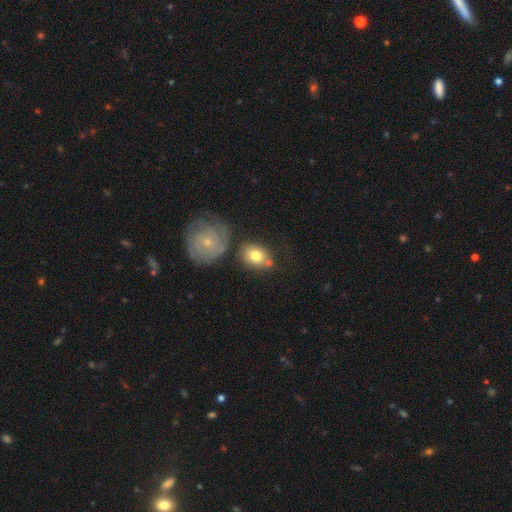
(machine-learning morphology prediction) smooth_or_featured: smooth (p=0.71) [alt: featured or disk p=0.21]
how_rounded: round (p=0.56) [alt: in between p=0.43]
merging: none (p=0.63) [alt: merger p=0.16]